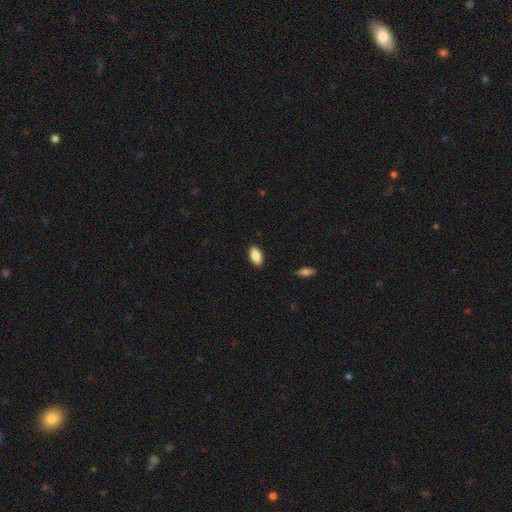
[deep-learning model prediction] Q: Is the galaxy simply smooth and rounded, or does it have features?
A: smooth — 86%.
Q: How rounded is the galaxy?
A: in between — 90%.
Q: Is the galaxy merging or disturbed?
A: none — 88%.